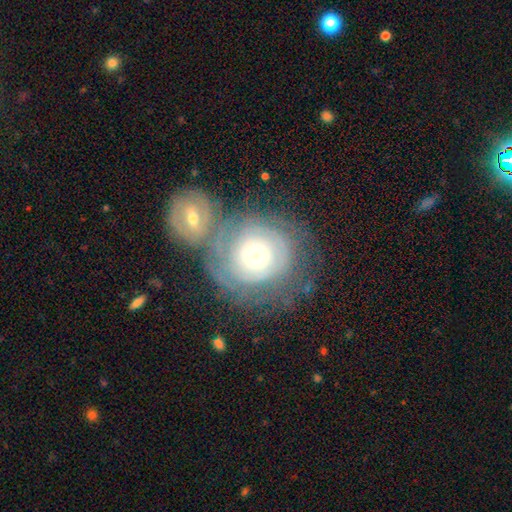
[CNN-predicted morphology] Smooth or featured? Predicted: featured or disk (p=0.62). Edge-on disk? Predicted: no (p=0.96). Bar? Predicted: no (p=0.79). Spiral arms? Predicted: yes (p=0.76). Bulge size? Predicted: moderate (p=0.63). Merging? Predicted: merger (p=0.50).